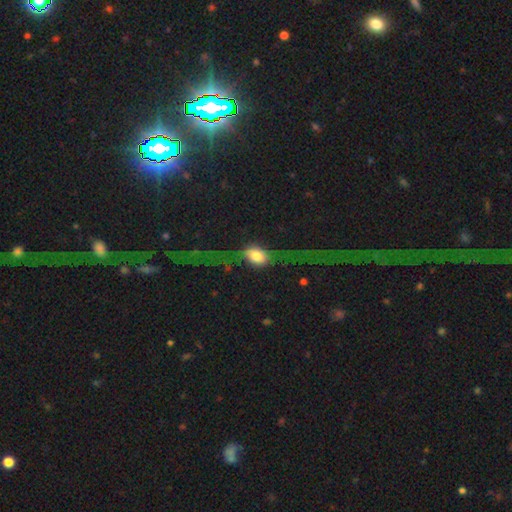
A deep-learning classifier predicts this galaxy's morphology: smooth_or_featured: smooth (p=0.59) [alt: featured or disk p=0.31]
how_rounded: in between (p=0.74) [alt: round p=0.19]
merging: none (p=0.50) [alt: major disturbance p=0.28]